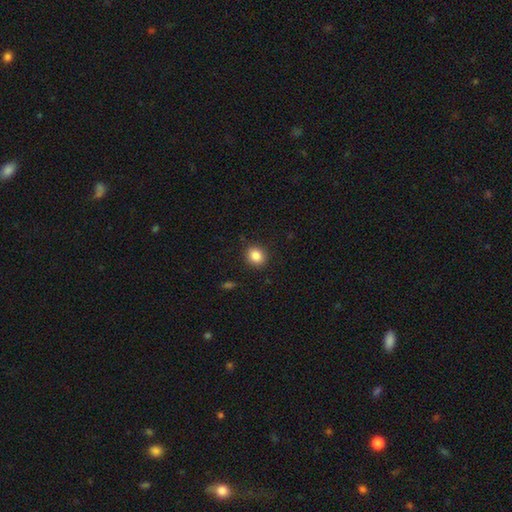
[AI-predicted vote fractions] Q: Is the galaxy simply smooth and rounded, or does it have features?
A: smooth — 85%.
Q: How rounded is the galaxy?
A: round — 71%.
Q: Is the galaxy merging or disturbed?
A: none — 88%.